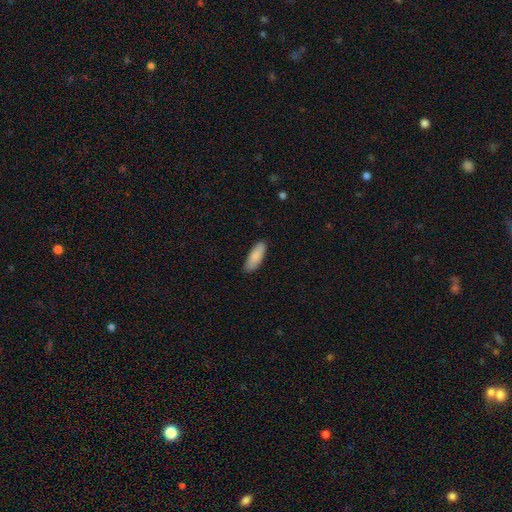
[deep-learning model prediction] Smooth or featured? smooth (87%)
How rounded? in between (65%)
Merging? none (85%)